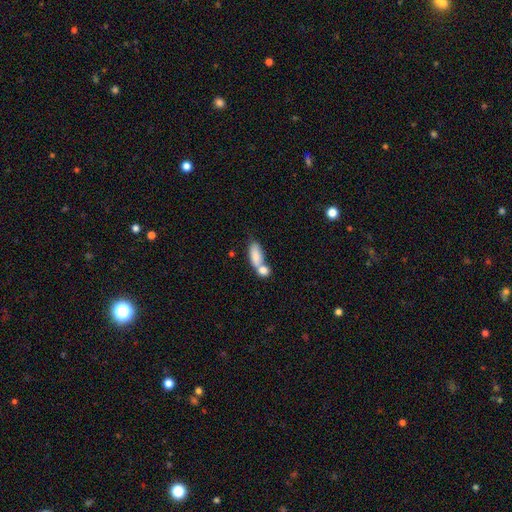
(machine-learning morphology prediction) type=smooth (80%); roundness=in between (78%); merging=merger (59%).